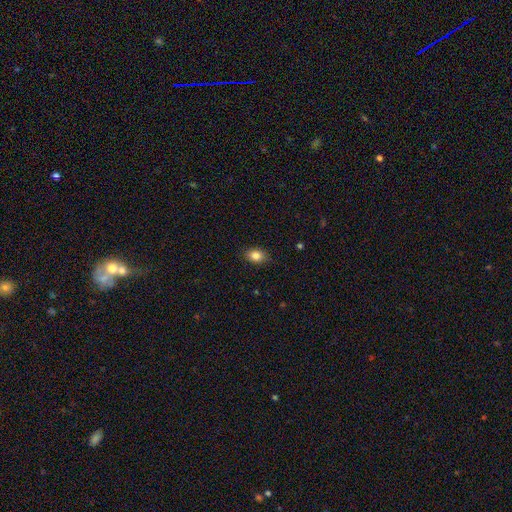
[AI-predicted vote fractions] This appears to be a smooth galaxy with no disk features (84%) that is in between round and cigar-shaped (78%). Merging: none (87%).